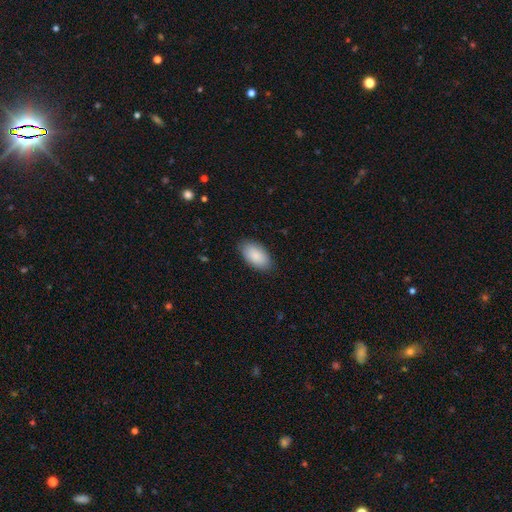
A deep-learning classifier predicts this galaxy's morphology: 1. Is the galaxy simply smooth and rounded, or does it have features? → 89% smooth, 6% star or artifact, 5% featured or disk.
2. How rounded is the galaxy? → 95% in between, 3% round, 2% cigar-shaped.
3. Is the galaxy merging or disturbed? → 86% none, 11% minor disturbance, 2% major disturbance, 1% merger.